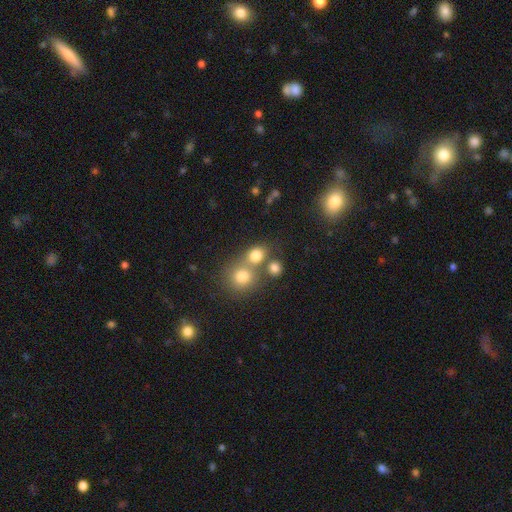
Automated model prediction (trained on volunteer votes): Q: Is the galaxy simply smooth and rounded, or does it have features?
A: smooth — 77%.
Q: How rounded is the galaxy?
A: round — 72%.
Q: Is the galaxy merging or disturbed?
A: none — 49%.